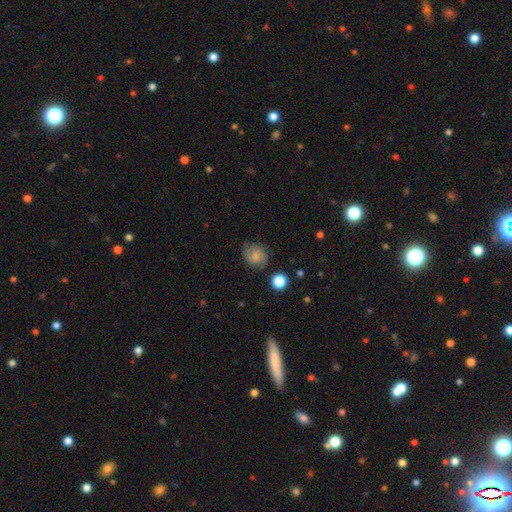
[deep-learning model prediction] smooth 67%, featured or disk 21%, star or artifact 11%. Down the decision tree: how rounded — round (68%); merging — none (71%).